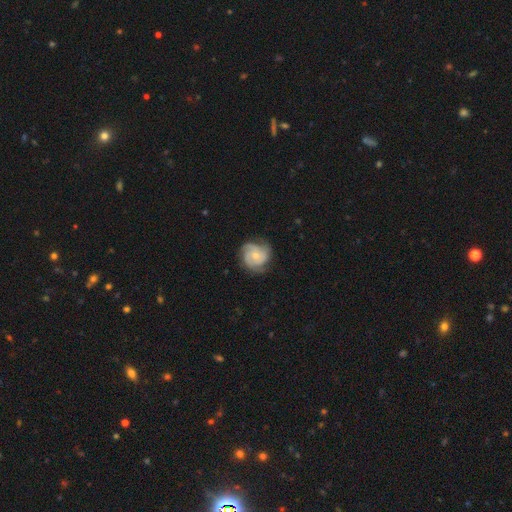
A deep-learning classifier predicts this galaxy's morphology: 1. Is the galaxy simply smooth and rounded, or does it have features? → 77% featured or disk, 17% smooth, 6% star or artifact.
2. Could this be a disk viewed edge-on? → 98% no, 2% yes.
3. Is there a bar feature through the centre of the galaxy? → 79% no, 18% weak, 3% strong.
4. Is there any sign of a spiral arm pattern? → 95% yes, 5% no.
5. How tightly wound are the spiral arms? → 55% tight, 37% medium, 9% loose.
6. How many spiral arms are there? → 58% 3, 13% 2, 12% can't tell, 9% 4, 4% 1, 4% more than 4.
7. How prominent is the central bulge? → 55% small, 41% moderate, 2% none, 1% large, 1% dominant.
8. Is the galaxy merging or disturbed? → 72% none, 20% minor disturbance, 7% major disturbance, 1% merger.